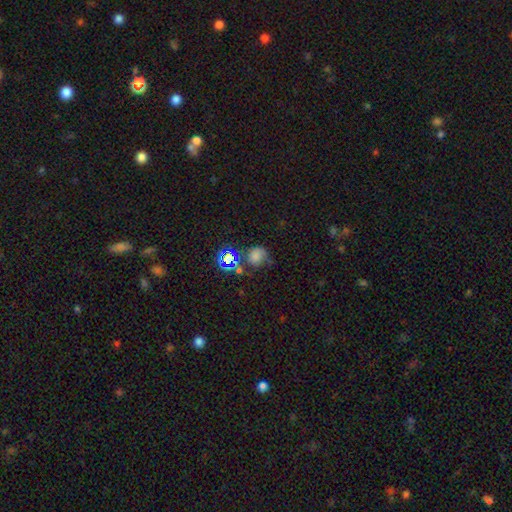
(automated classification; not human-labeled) smooth 60%, star or artifact 25%, featured or disk 15%. Down the decision tree: how rounded — round (73%); merging — none (46%).